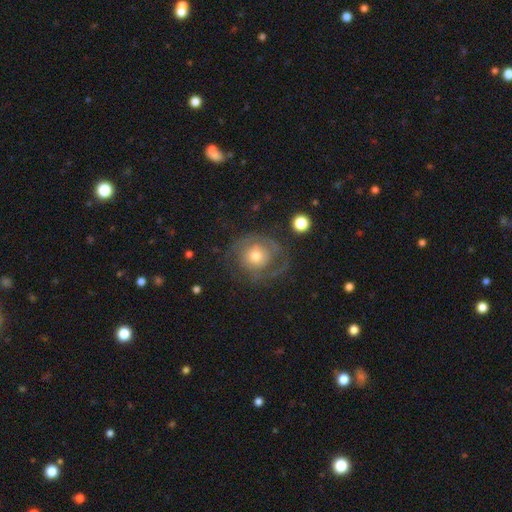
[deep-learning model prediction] Smooth or featured?
  - featured or disk: 62% *
  - smooth: 30%
  - star or artifact: 8%
Edge-on disk?
  - no: 97% *
  - yes: 3%
Bar?
  - no: 85% *
  - weak: 12%
  - strong: 3%
Spiral arms?
  - yes: 68% *
  - no: 32%
Bulge size?
  - moderate: 59% *
  - small: 30%
  - large: 8%
  - dominant: 1%
  - none: 1%
Merging?
  - none: 60% *
  - major disturbance: 19%
  - minor disturbance: 18%
  - merger: 2%